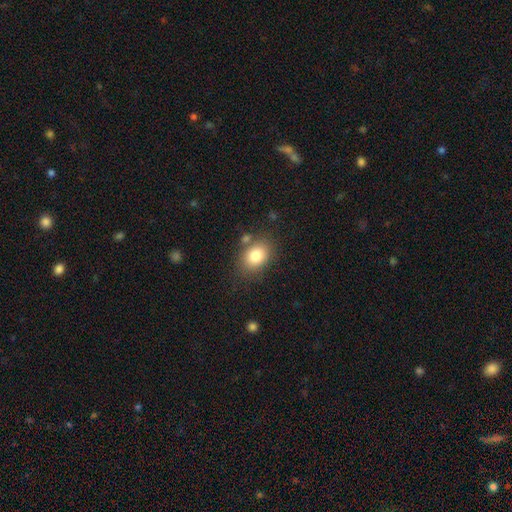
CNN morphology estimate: The model was most divided on "how rounded": in between: 70%, round: 29%, cigar-shaped: 1%. More confident: smooth or featured — smooth (82%); merging — none (75%).